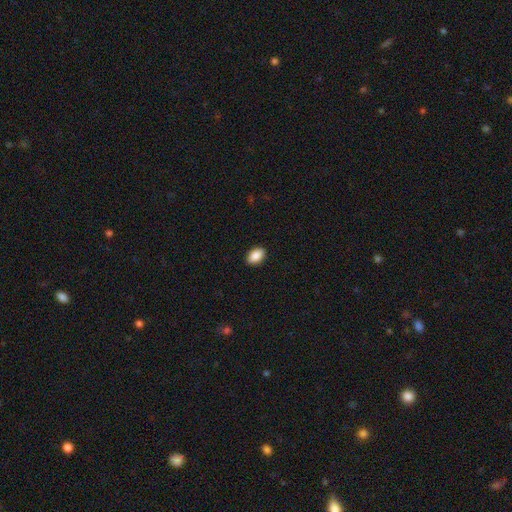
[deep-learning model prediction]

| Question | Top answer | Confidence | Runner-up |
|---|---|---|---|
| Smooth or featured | smooth | 89% | star or artifact (7%) |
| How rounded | in between | 91% | round (7%) |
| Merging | none | 90% | minor disturbance (8%) |